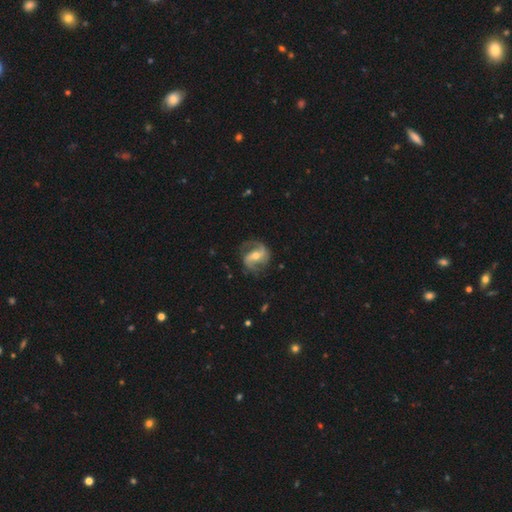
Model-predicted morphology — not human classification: Smooth or featured? Predicted: featured or disk (p=0.85). Edge-on disk? Predicted: no (p=0.97). Bar? Predicted: weak (p=0.41). Spiral arms? Predicted: yes (p=0.95). Spiral winding? Predicted: medium (p=0.49). Spiral arm count? Predicted: 2 (p=0.87). Bulge size? Predicted: moderate (p=0.62). Merging? Predicted: none (p=0.73).